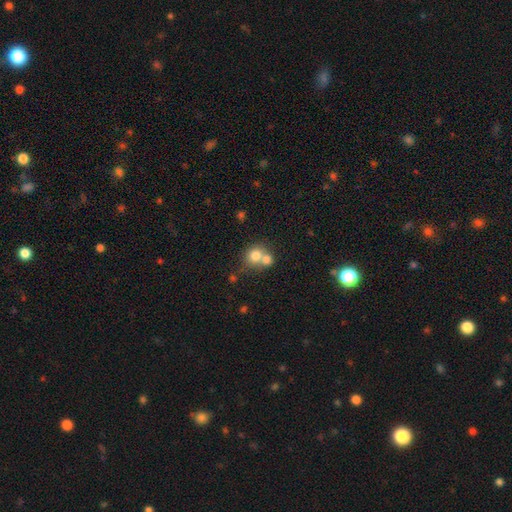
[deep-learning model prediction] smooth-or-featured: smooth: 74% | featured or disk: 15% | star or artifact: 10%
  how-rounded: round: 76% | in between: 23% | cigar-shaped: 1%
  merging: merger: 58% | none: 33% | minor disturbance: 6% | major disturbance: 3%